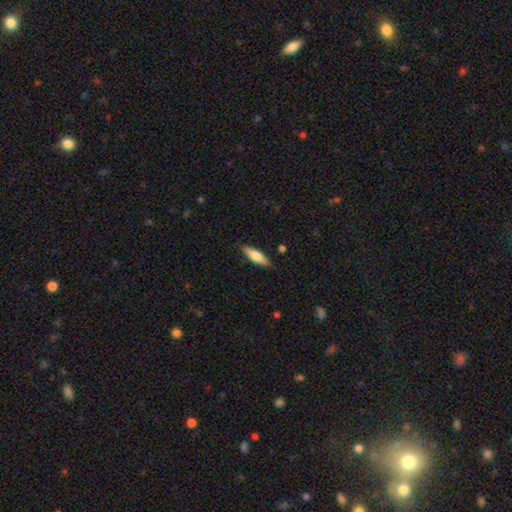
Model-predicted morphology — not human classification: This appears to be a smooth galaxy with no disk features (68%) that is cigar-shaped (51%). Merging: none (86%).